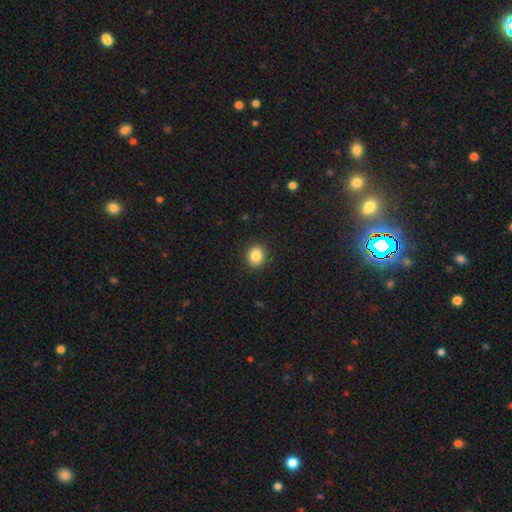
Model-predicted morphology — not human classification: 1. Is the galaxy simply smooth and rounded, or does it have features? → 86% smooth, 10% star or artifact, 4% featured or disk.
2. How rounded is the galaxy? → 72% round, 27% in between, 1% cigar-shaped.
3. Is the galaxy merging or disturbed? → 91% none, 6% minor disturbance, 2% major disturbance, 1% merger.